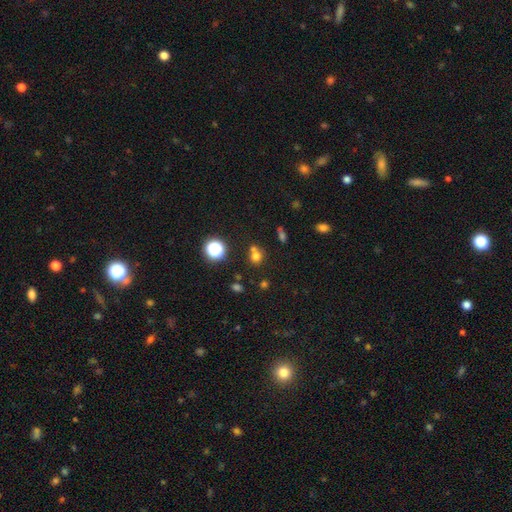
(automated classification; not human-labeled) smooth 67%, star or artifact 23%, featured or disk 10%. Down the decision tree: how rounded — round (82%); merging — none (54%).